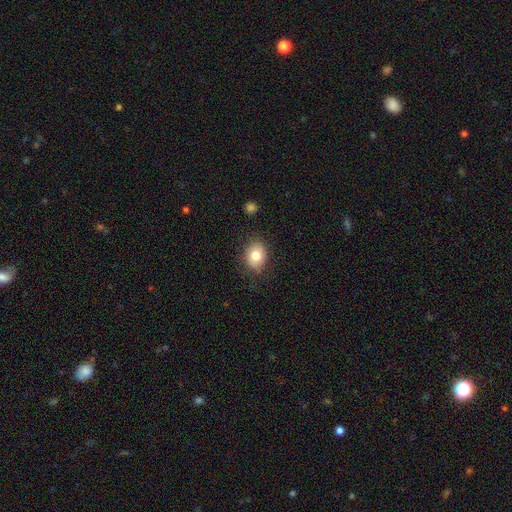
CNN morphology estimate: A smooth galaxy with no disk features (79%) that is round (50%).

Vote fractions:
- Smooth or featured? smooth: 79% / featured or disk: 12% / star or artifact: 10%
- How rounded? round: 50% / in between: 49% / cigar-shaped: 1%
- Merging? none: 80% / minor disturbance: 14% / major disturbance: 4% / merger: 2%